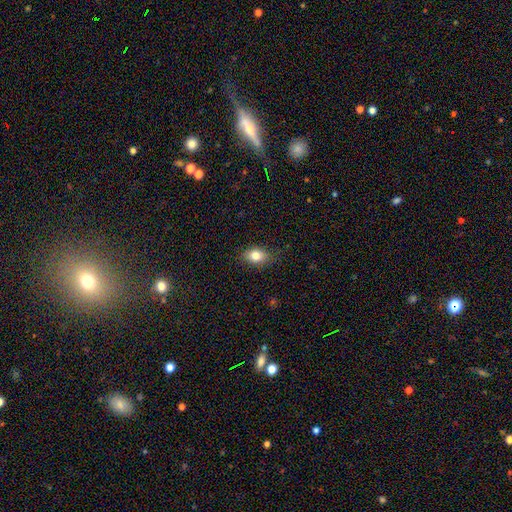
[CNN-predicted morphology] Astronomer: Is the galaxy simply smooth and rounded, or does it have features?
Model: smooth — 82%.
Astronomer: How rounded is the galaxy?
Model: in between — 78%.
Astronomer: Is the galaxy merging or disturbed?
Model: none — 81%.